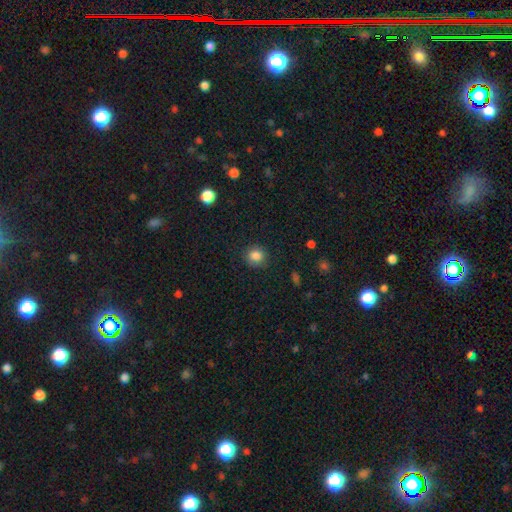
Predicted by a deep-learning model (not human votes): A smooth galaxy with no disk features (85%) that is round (85%).

Vote fractions:
- Smooth or featured? smooth: 85% / star or artifact: 11% / featured or disk: 4%
- How rounded? round: 85% / in between: 14% / cigar-shaped: 1%
- Merging? none: 85% / minor disturbance: 11% / major disturbance: 3% / merger: 1%